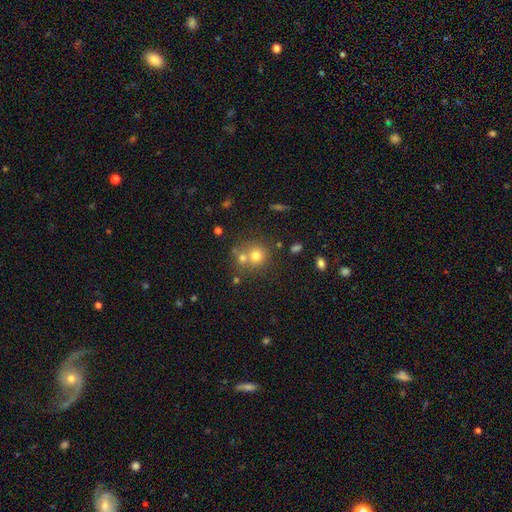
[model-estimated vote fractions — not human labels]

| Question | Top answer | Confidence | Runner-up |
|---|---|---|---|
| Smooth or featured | smooth | 72% | star or artifact (14%) |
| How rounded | round | 86% | in between (13%) |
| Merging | none | 50% | merger (38%) |